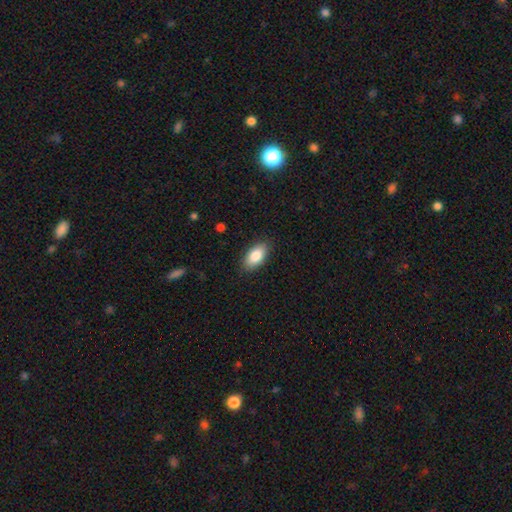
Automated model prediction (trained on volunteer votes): Smooth or featured? Predicted: smooth (p=0.85). How rounded? Predicted: in between (p=0.92). Merging? Predicted: none (p=0.87).